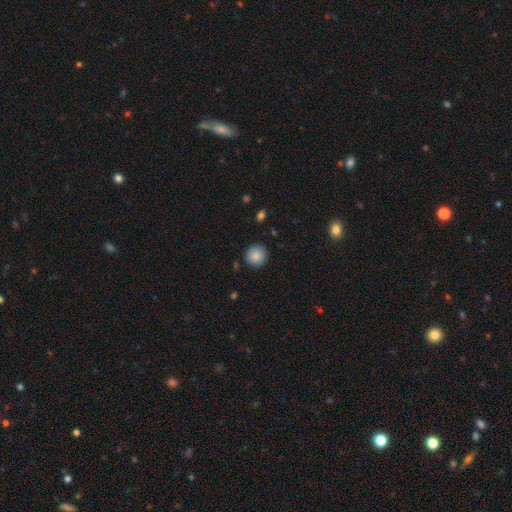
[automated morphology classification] Smooth or featured? smooth (87%)
How rounded? round (93%)
Merging? none (89%)